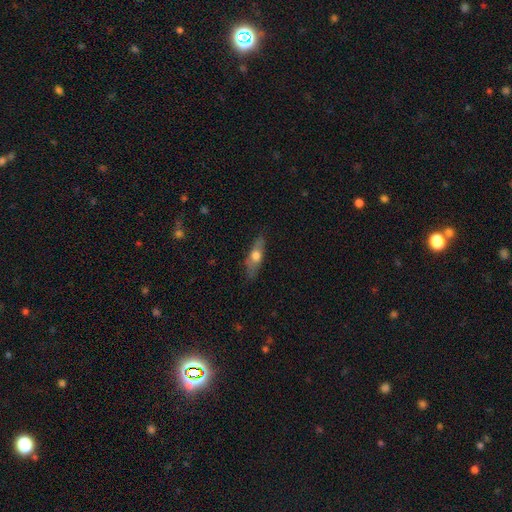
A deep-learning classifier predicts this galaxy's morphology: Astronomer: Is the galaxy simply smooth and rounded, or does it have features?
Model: smooth — 54% (runner-up: featured or disk, 40%).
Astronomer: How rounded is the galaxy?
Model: cigar-shaped — 48%, tied with in between at 48%.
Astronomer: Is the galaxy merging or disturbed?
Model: none — 78%.